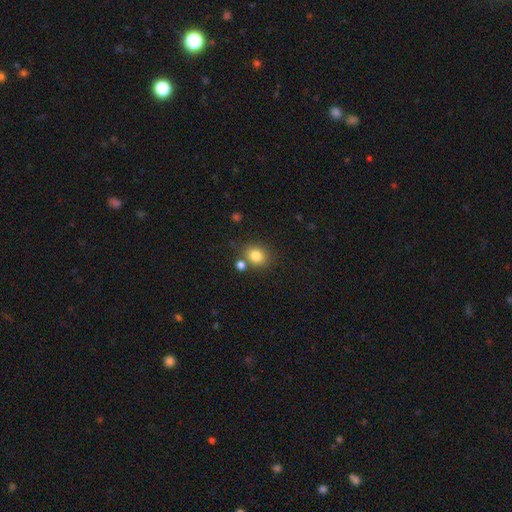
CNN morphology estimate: type=smooth (81%); roundness=round (69%); merging=none (71%).